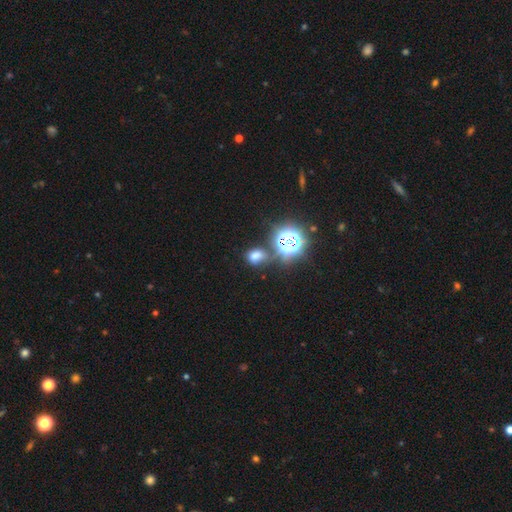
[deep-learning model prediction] A smooth galaxy with no disk features (57%) that is in between round and cigar-shaped (60%).

Vote fractions:
- Smooth or featured? smooth: 57% / star or artifact: 35% / featured or disk: 9%
- How rounded? in between: 60% / round: 38% / cigar-shaped: 2%
- Merging? none: 61% / minor disturbance: 17% / merger: 14% / major disturbance: 8%